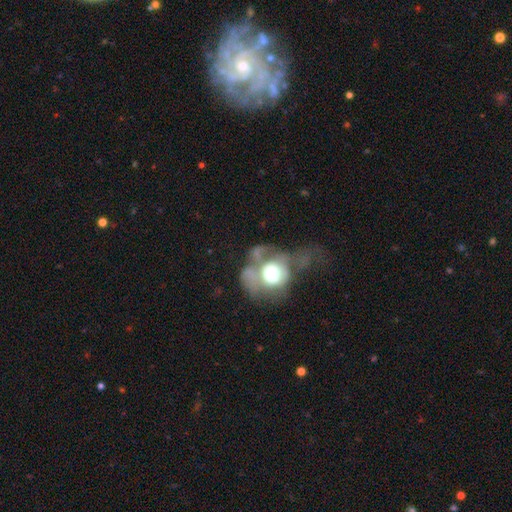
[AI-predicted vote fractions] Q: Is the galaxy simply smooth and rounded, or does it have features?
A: featured or disk — 48%.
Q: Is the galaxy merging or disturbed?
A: major disturbance — 53%.